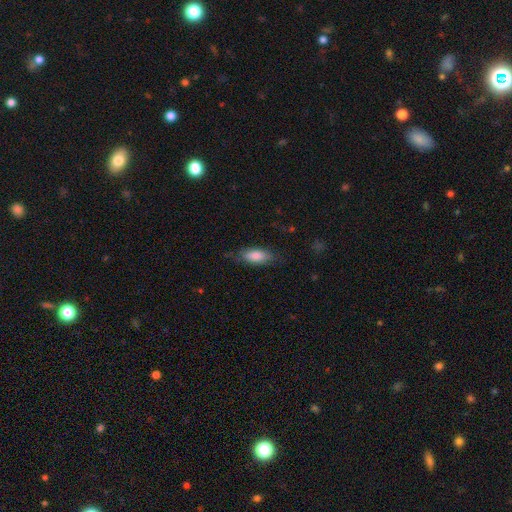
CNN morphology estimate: smooth-or-featured: smooth: 79% | featured or disk: 15% | star or artifact: 6%
  how-rounded: in between: 84% | cigar-shaped: 13% | round: 3%
  merging: none: 69% | minor disturbance: 22% | major disturbance: 8% | merger: 1%